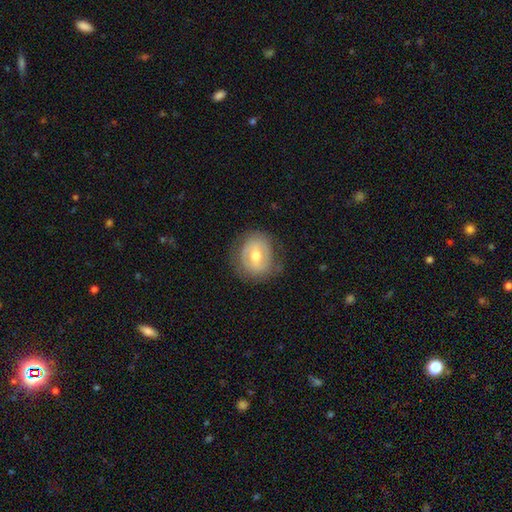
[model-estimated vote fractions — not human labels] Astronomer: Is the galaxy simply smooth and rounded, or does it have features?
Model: featured or disk — 51% (runner-up: smooth, 42%).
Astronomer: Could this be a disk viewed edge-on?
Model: no — 95%.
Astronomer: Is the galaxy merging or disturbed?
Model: none — 72%.